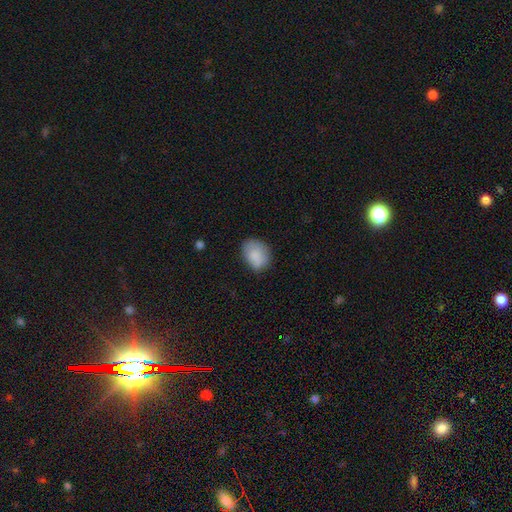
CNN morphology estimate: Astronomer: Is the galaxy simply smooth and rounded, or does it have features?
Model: smooth — 84%.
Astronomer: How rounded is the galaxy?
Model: in between — 70%.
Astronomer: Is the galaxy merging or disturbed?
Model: none — 68%.